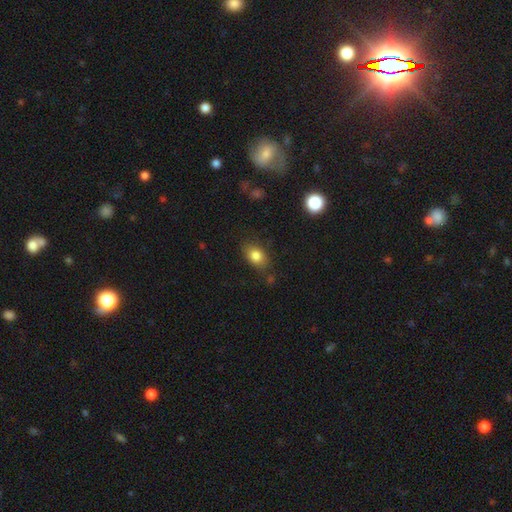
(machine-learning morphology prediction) Smooth or featured?
  - smooth: 81% *
  - star or artifact: 10%
  - featured or disk: 9%
How rounded?
  - in between: 71% *
  - round: 27%
  - cigar-shaped: 2%
Merging?
  - none: 77% *
  - minor disturbance: 16%
  - major disturbance: 4%
  - merger: 3%